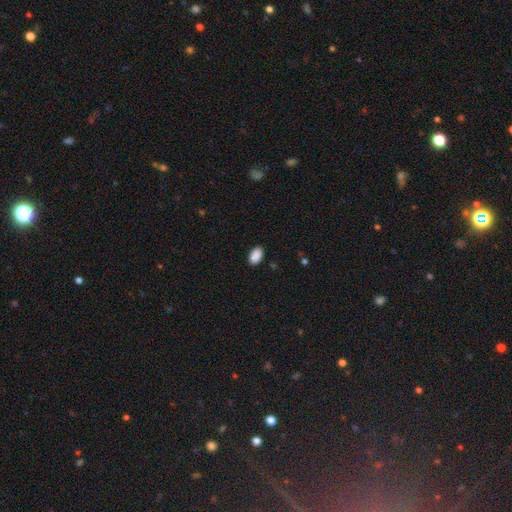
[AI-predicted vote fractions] Smooth or featured? Predicted: smooth (p=0.90). How rounded? Predicted: in between (p=0.92). Merging? Predicted: none (p=0.88).